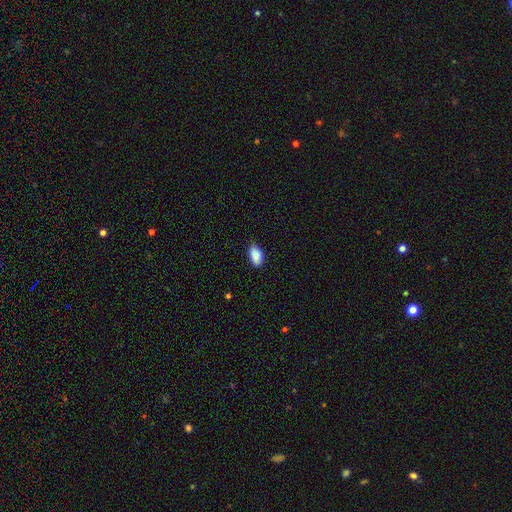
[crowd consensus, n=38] smooth-or-featured: smooth: 82% | featured or disk: 11% | star or artifact: 8%
  how-rounded: in between: 97% | round: 3% | cigar-shaped: 0%
  merging: none: 63% | minor disturbance: 34% | major disturbance: 3% | merger: 0%